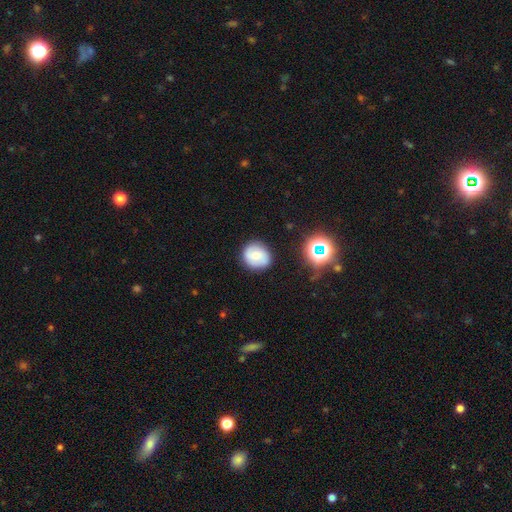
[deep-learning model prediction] A smooth galaxy with no disk features (59%) that is round (79%). Merging: none (83%).